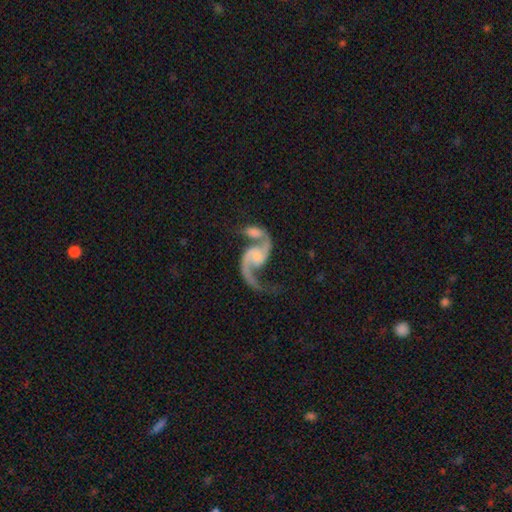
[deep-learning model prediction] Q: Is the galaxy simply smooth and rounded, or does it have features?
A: featured or disk — 90%.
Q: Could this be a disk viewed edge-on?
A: no — 98%.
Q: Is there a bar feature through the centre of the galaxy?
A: no — 60%.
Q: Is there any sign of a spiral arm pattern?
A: yes — 96%.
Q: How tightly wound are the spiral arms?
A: loose — 67%.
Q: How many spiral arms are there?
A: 2 — 89%.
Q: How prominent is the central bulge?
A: small — 45%.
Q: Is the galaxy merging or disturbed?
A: none — 38%.